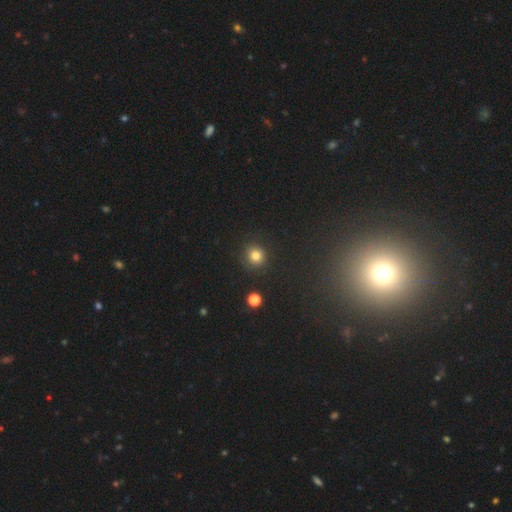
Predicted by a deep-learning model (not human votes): This is clearly a smooth galaxy (80%). How rounded: clearly round (91%). Merging: clearly none (88%).